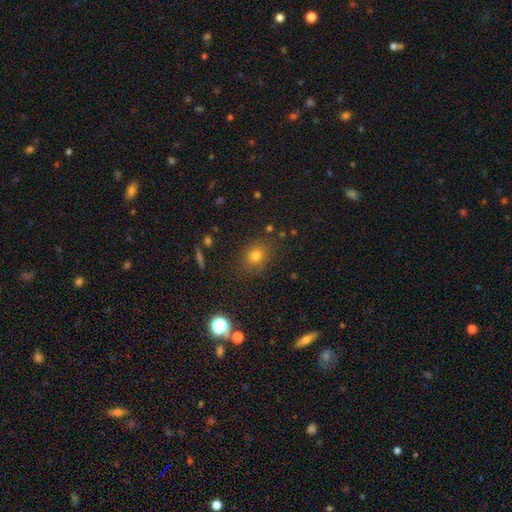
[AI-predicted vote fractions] This is likely a smooth galaxy (73%). How rounded: possibly round (59%). Merging: clearly none (82%).